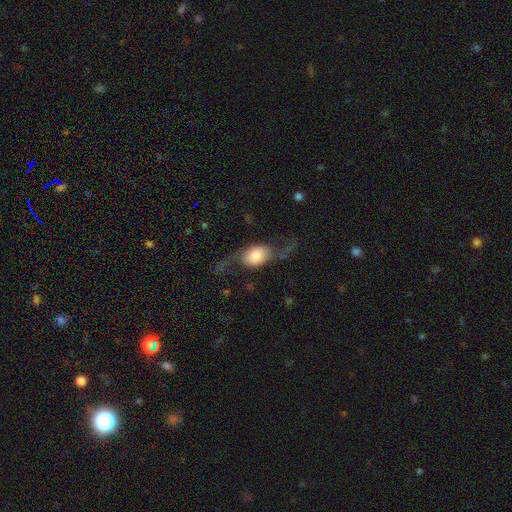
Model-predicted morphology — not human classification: A featured or disk galaxy (55%). Merging: none (47%).